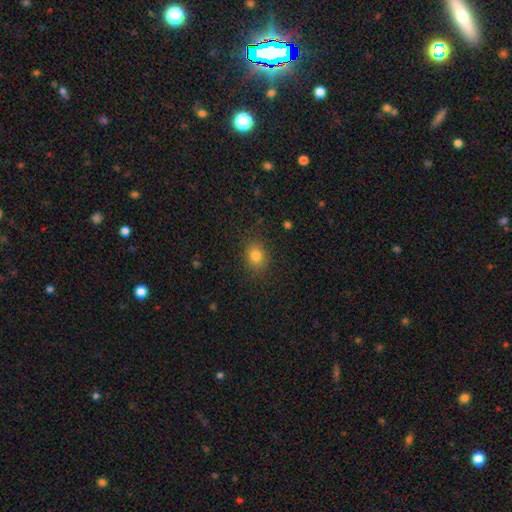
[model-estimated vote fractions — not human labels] Overall: smooth (82%). How rounded: in between (54%; round 44%). Merging: none (86%).